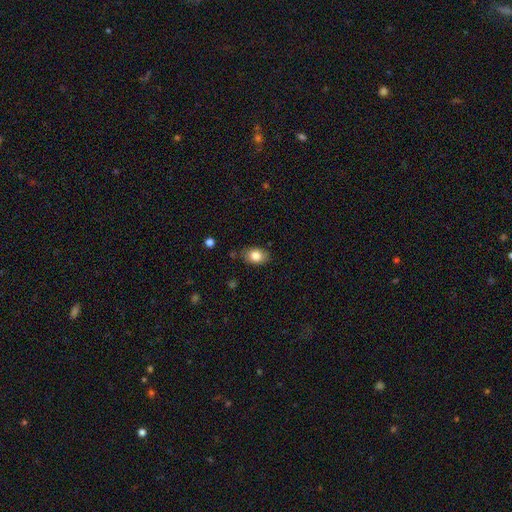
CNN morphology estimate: A smooth galaxy with no disk features (82%) that is in between round and cigar-shaped (78%).

Vote fractions:
- Smooth or featured? smooth: 82% / featured or disk: 9% / star or artifact: 8%
- How rounded? in between: 78% / round: 20% / cigar-shaped: 1%
- Merging? none: 81% / minor disturbance: 15% / major disturbance: 3% / merger: 2%